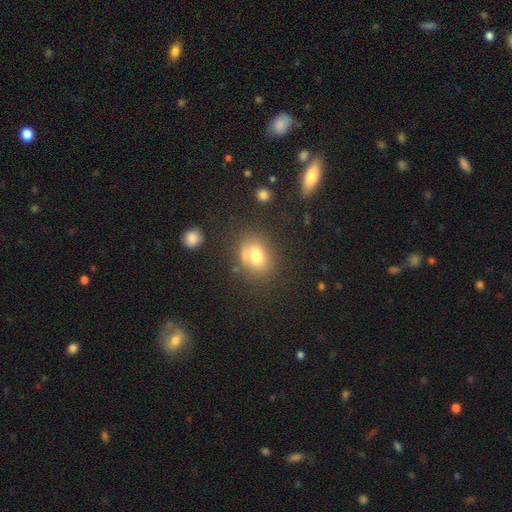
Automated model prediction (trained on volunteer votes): Overall: smooth (73%). How rounded: in between (54%; round 45%). Merging: none (66%).